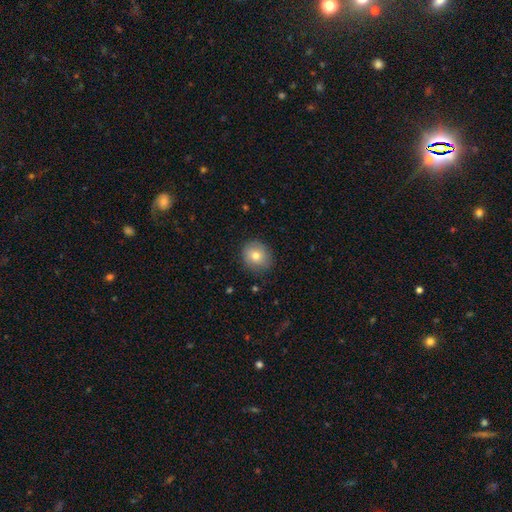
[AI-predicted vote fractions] Smooth or featured? smooth (75%)
How rounded? round (81%)
Merging? none (85%)